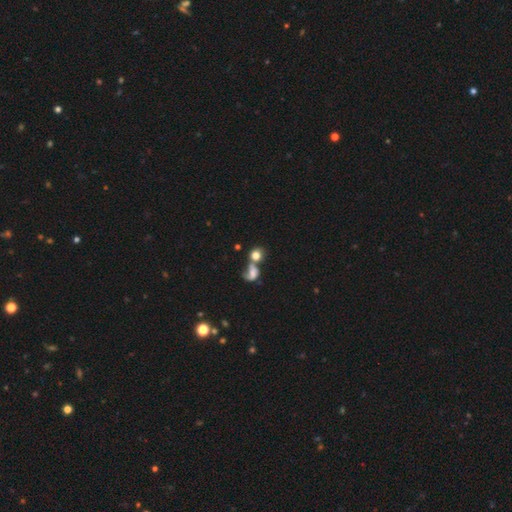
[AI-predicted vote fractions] Q: Smooth or featured?
A: smooth (71%); runner-up: featured or disk (17%)
Q: How rounded?
A: round (76%); runner-up: in between (23%)
Q: Merging?
A: merger (51%); runner-up: none (31%)